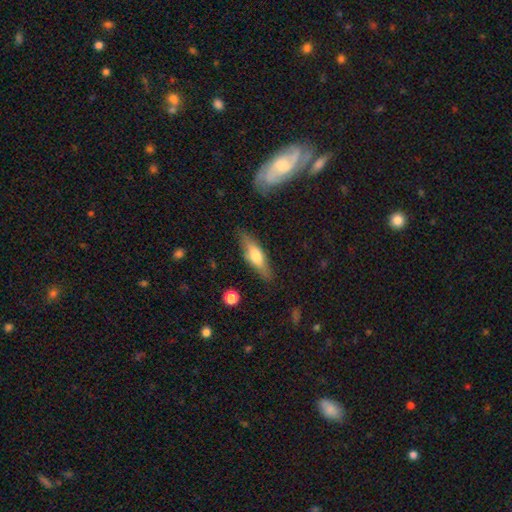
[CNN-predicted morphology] The model was most divided on "smooth or featured": smooth: 56%, featured or disk: 38%, star or artifact: 6%. More confident: merging — none (84%); how rounded — cigar-shaped (59%).